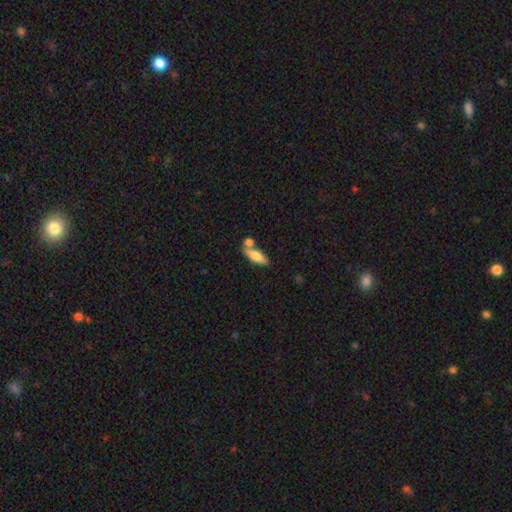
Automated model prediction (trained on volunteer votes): The model was most divided on "merging": none: 54%, merger: 29%, minor disturbance: 13%, major disturbance: 4%. More confident: smooth or featured — smooth (72%); how rounded — in between (64%).